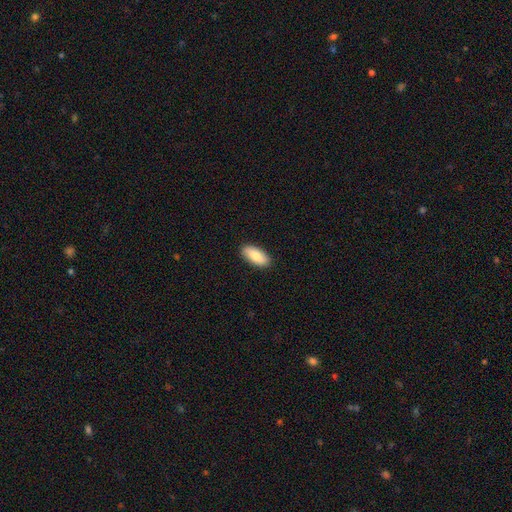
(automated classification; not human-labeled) Overall: smooth (83%). How rounded: in between (89%). Merging: none (89%).